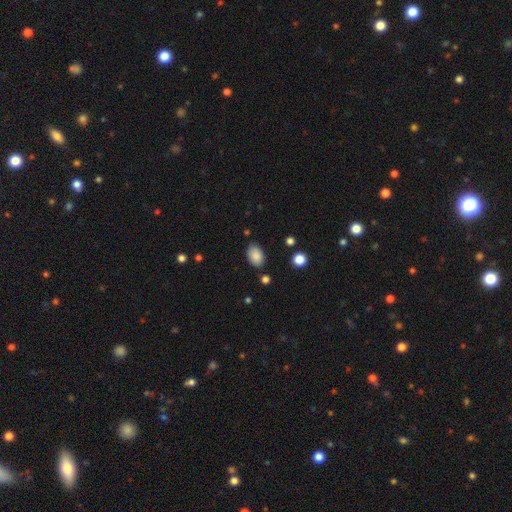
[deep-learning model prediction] This is clearly a smooth galaxy (87%). How rounded: clearly in between (88%). Merging: clearly none (81%).